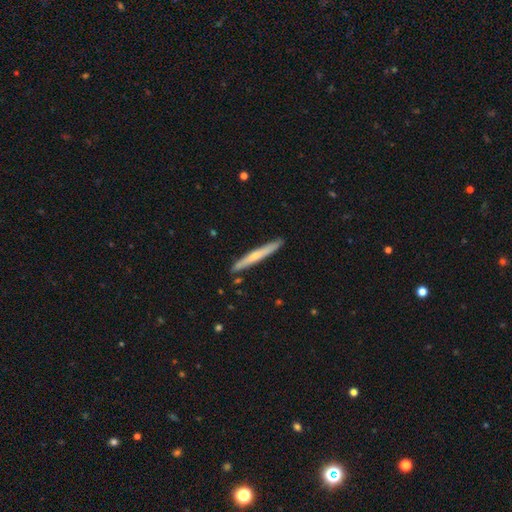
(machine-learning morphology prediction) smooth_or_featured: featured or disk (p=0.47) [tied with: smooth p=0.47]
merging: none (p=0.90) [alt: minor disturbance p=0.07]